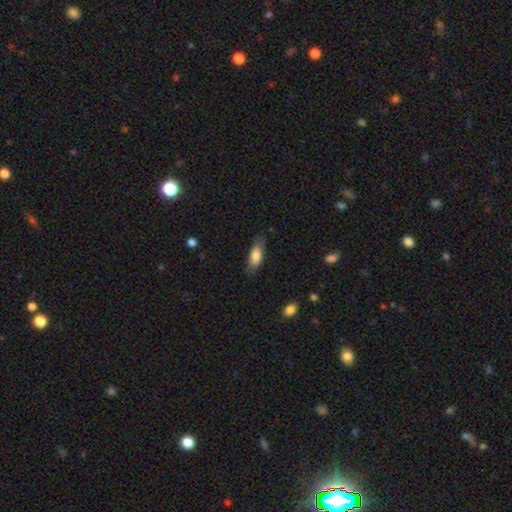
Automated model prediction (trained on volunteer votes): smooth-or-featured: smooth: 76% | featured or disk: 17% | star or artifact: 6%
  how-rounded: in between: 68% | cigar-shaped: 29% | round: 2%
  merging: none: 80% | minor disturbance: 15% | major disturbance: 4% | merger: 1%